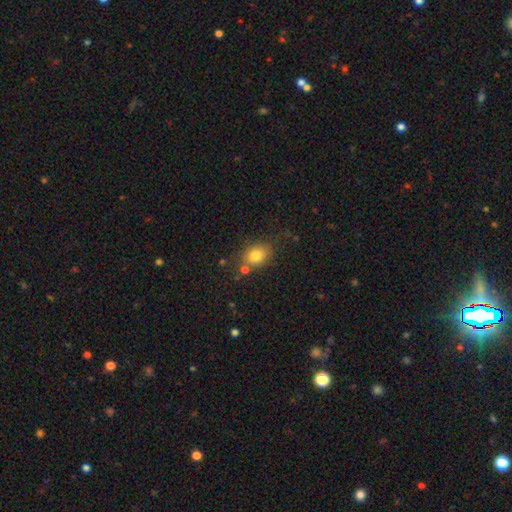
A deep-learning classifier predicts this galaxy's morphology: smooth-or-featured: smooth: 79% | star or artifact: 11% | featured or disk: 10%
  how-rounded: in between: 58% | round: 41% | cigar-shaped: 1%
  merging: none: 68% | minor disturbance: 16% | merger: 10% | major disturbance: 5%